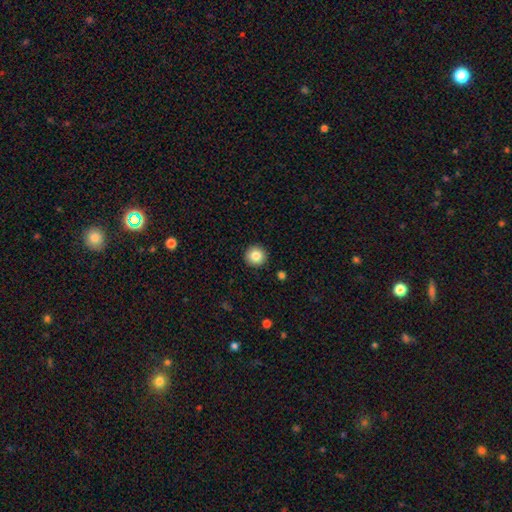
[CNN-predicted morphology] Smooth or featured? smooth (84%)
How rounded? round (96%)
Merging? none (93%)